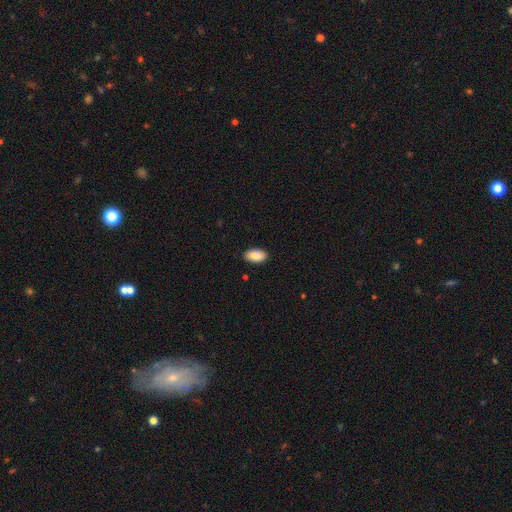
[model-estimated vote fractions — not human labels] smooth_or_featured: smooth (p=0.87) [alt: featured or disk p=0.07]
how_rounded: in between (p=0.94) [alt: round p=0.03]
merging: none (p=0.89) [alt: minor disturbance p=0.08]